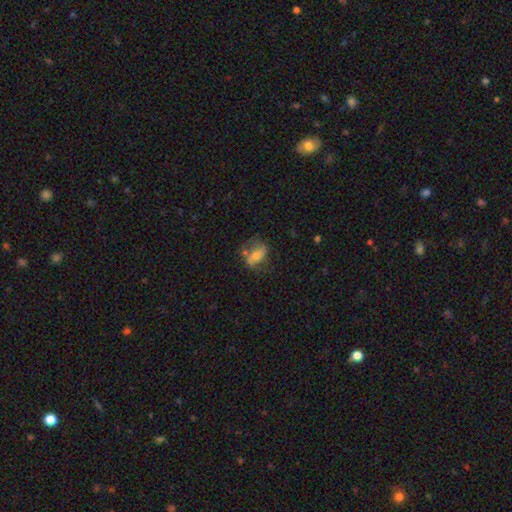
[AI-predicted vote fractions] This appears to be a smooth galaxy with no disk features (48%). Merging: none (48%).